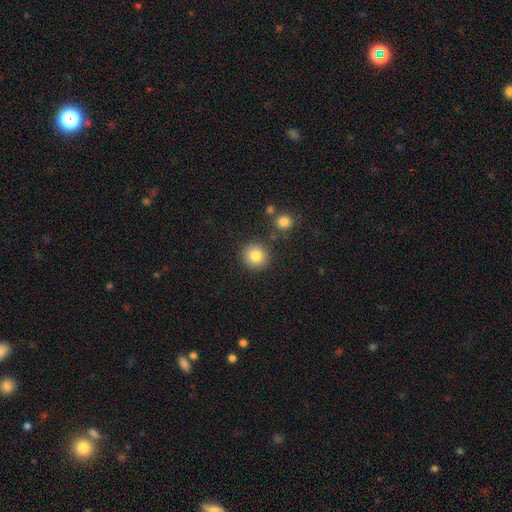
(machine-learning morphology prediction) smooth 83%, star or artifact 10%, featured or disk 7%. Down the decision tree: how rounded — round (91%); merging — none (86%).